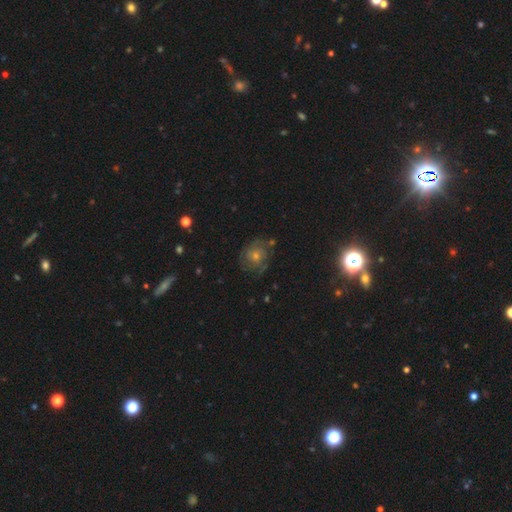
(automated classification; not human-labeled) This appears to be a featured or disk galaxy (46%). Merging: none (72%).